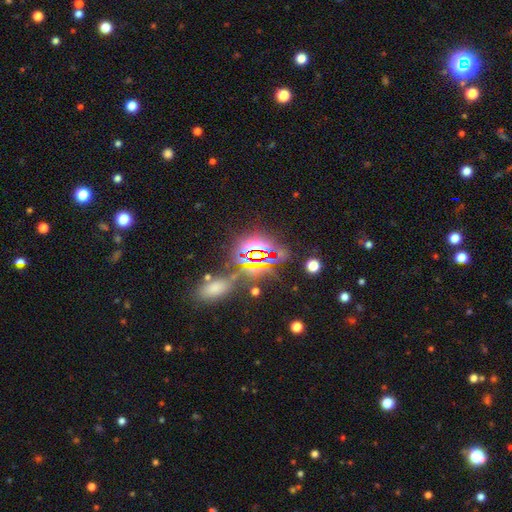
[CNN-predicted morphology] Smooth or featured: star or artifact — 75% (smooth — 16%)